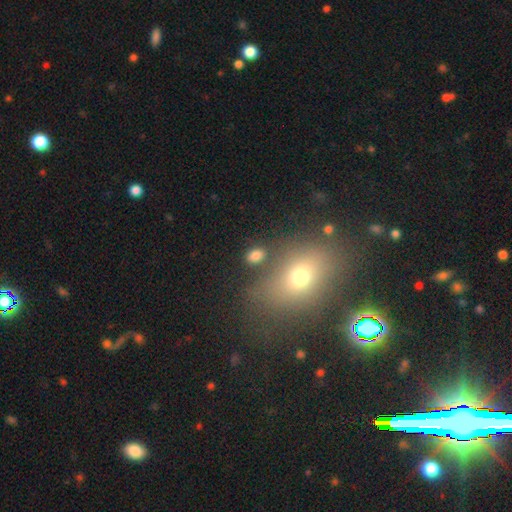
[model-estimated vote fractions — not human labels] A smooth galaxy with no disk features (79%) that is in between round and cigar-shaped (80%).

Vote fractions:
- Smooth or featured? smooth: 79% / star or artifact: 13% / featured or disk: 8%
- How rounded? in between: 80% / round: 18% / cigar-shaped: 2%
- Merging? none: 76% / minor disturbance: 11% / merger: 8% / major disturbance: 5%